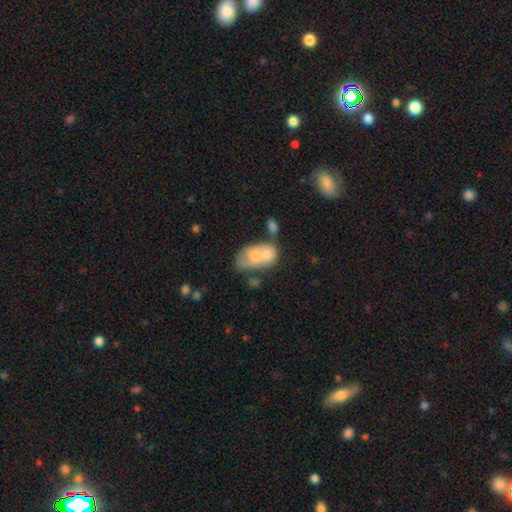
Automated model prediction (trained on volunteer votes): This is likely a smooth galaxy (60%). How rounded: clearly in between (89%). Merging: possibly merger (55%).